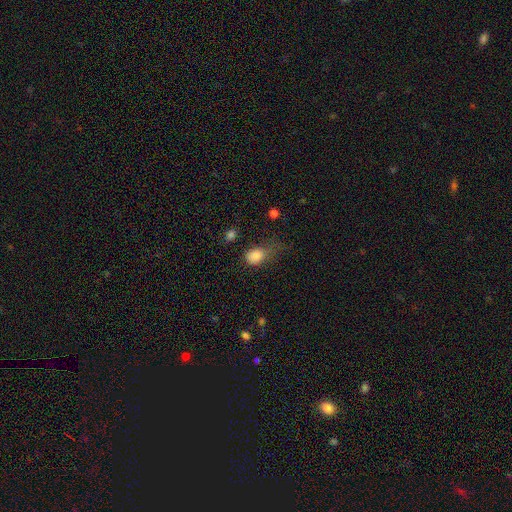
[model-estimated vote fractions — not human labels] Morphology: type=smooth (83%); roundness=in between (66%); merging=minor disturbance (36%).